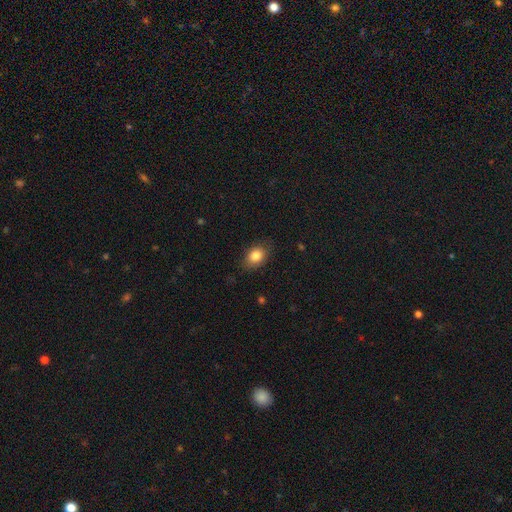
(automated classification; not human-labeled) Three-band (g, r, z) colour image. It shows a smooth galaxy with no disk features (83%) that is in between round and cigar-shaped (70%). Merging: none (82%).